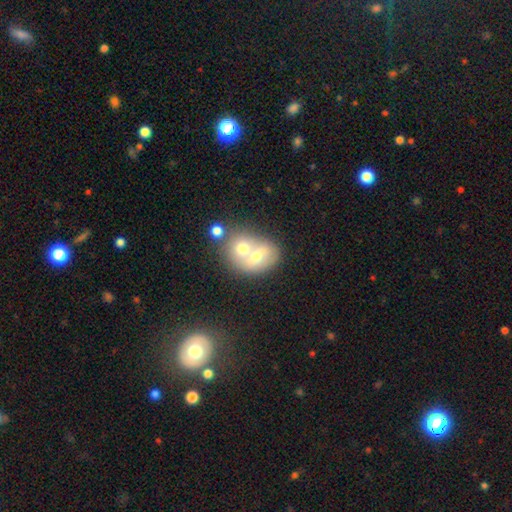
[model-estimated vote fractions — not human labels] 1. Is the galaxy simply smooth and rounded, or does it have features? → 54% smooth, 35% featured or disk, 10% star or artifact.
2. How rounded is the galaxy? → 49% in between (tied), 49% round (tied), 2% cigar-shaped.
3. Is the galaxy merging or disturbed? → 66% merger, 23% none, 7% minor disturbance, 4% major disturbance.